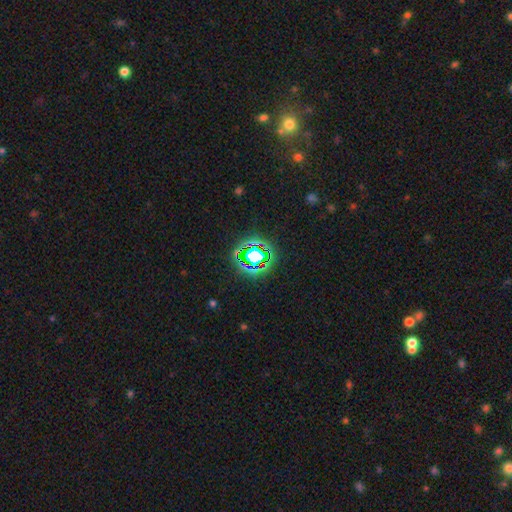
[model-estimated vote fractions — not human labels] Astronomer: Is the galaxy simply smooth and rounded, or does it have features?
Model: star or artifact — 65%.